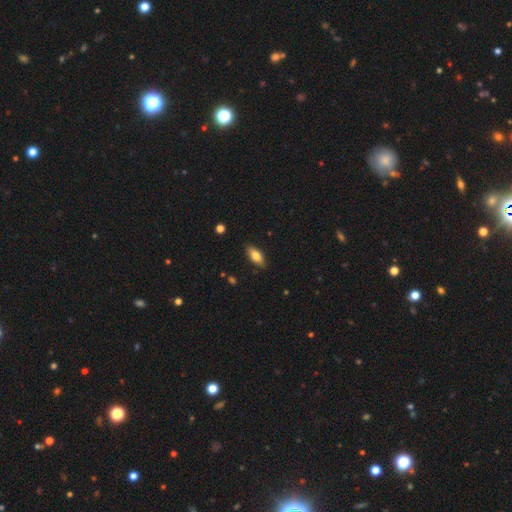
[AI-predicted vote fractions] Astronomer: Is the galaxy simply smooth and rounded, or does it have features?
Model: smooth — 73%.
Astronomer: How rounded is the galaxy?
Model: in between — 78%.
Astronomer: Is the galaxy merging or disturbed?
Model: none — 86%.